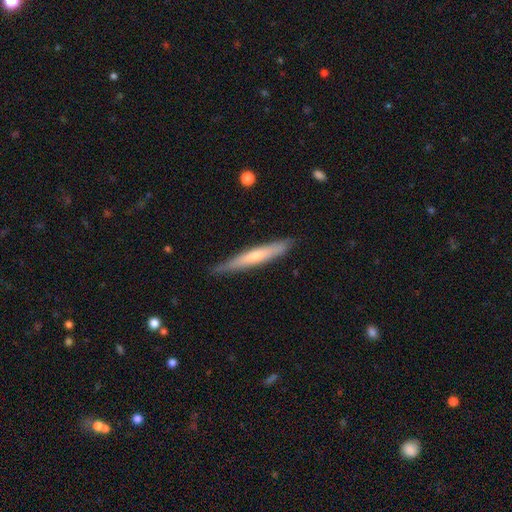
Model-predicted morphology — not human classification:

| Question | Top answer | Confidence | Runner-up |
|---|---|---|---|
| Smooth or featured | smooth | 50% | featured or disk (45%) |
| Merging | none | 83% | minor disturbance (14%) |